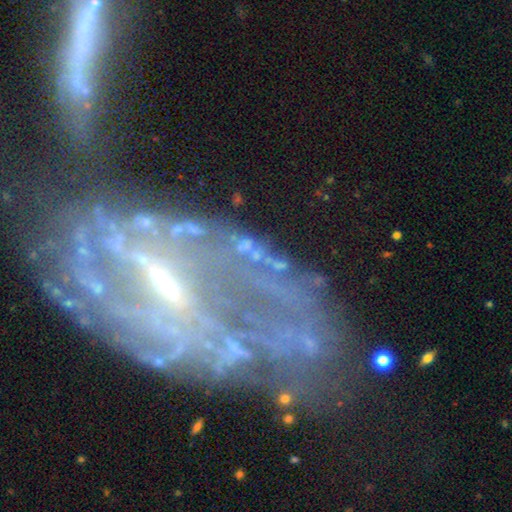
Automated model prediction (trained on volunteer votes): Smooth or featured? Predicted: star or artifact (p=0.53).